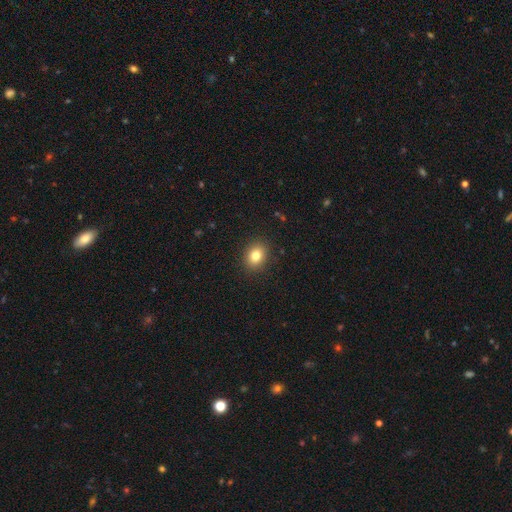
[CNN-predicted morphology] Overall: smooth (81%). How rounded: in between (50%; round 49%). Merging: none (90%).